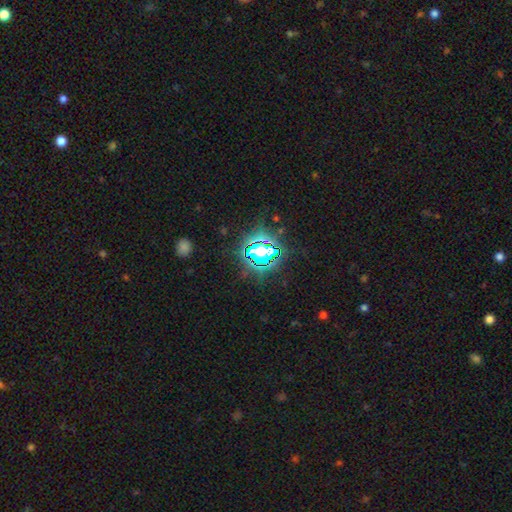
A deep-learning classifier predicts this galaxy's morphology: This appears to be a star or artifact, not a galaxy (77%).